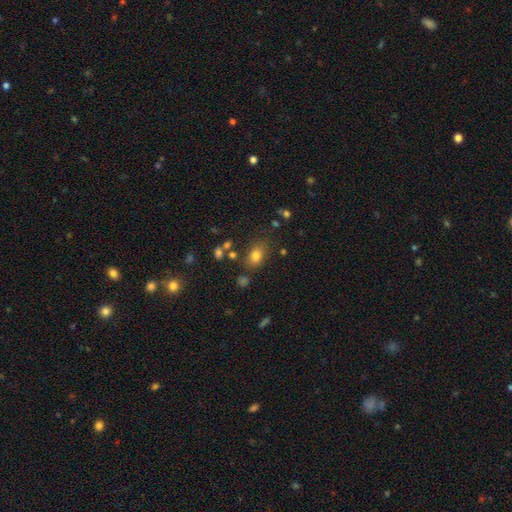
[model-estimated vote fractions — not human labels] The model was most divided on "how rounded": in between: 72%, round: 26%, cigar-shaped: 2%. More confident: smooth or featured — smooth (78%); merging — none (74%).